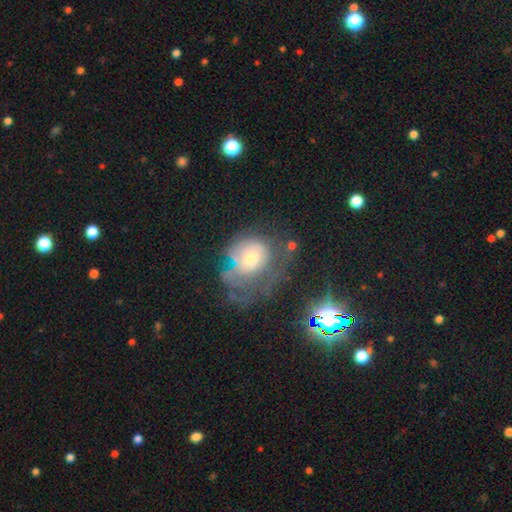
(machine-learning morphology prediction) Smooth or featured? Predicted: featured or disk (p=0.53). Edge-on disk? Predicted: no (p=0.96). Bar? Predicted: no (p=0.82). Spiral arms? Predicted: yes (p=0.54). Bulge size? Predicted: moderate (p=0.57). Merging? Predicted: major disturbance (p=0.41).